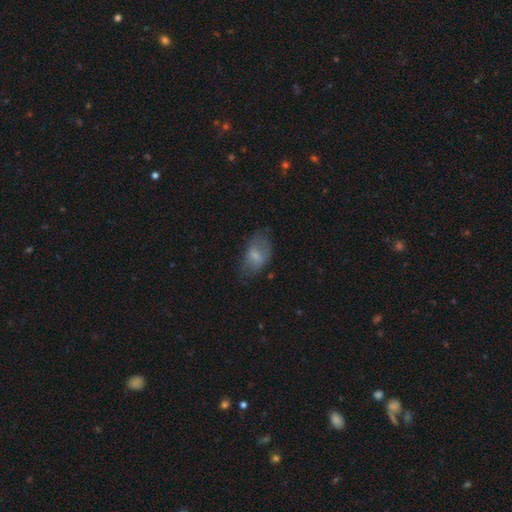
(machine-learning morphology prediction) smooth 65%, featured or disk 27%, star or artifact 8%. Down the decision tree: how rounded — in between (89%); merging — none (54%).